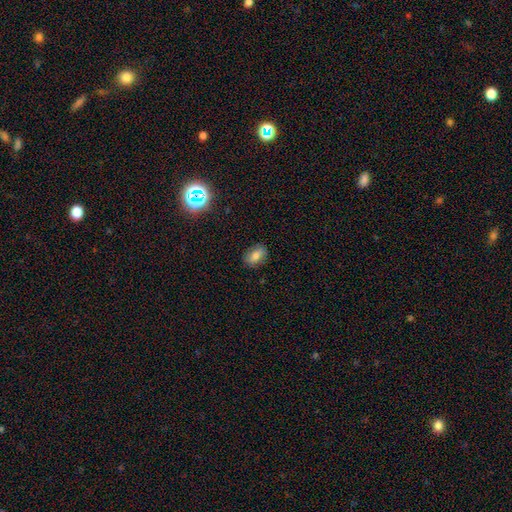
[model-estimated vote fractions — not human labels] The model was most divided on "smooth or featured": smooth: 75%, featured or disk: 13%, star or artifact: 12%. More confident: merging — none (84%); how rounded — in between (83%).